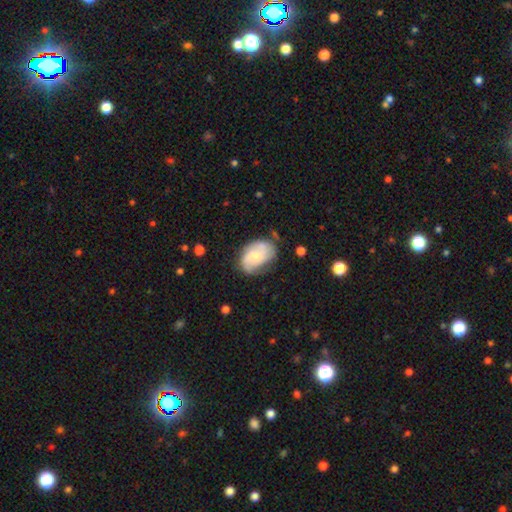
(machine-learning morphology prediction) Smooth or featured? Predicted: featured or disk (p=0.58). Edge-on disk? Predicted: no (p=0.97). Bar? Predicted: no (p=0.67). Spiral arms? Predicted: yes (p=0.86). Bulge size? Predicted: small (p=0.52). Merging? Predicted: none (p=0.59).